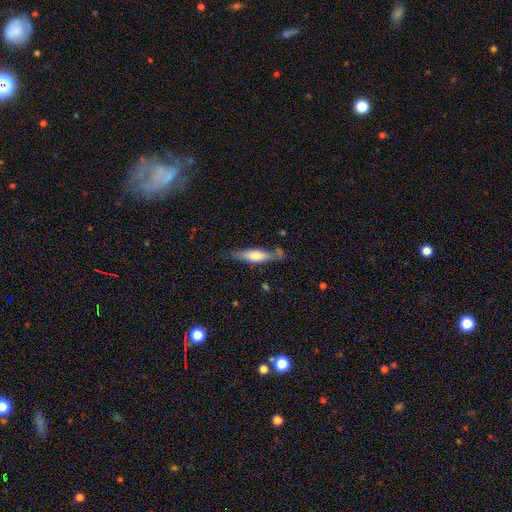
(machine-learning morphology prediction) Smooth or featured? smooth (49%)
Merging? none (70%)